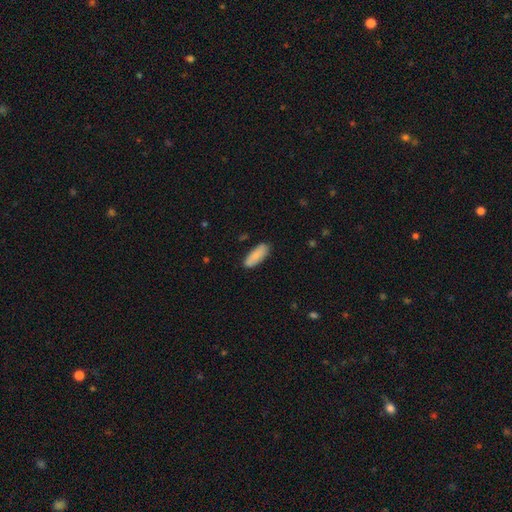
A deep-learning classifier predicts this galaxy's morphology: Smooth or featured? Predicted: smooth (p=0.86). How rounded? Predicted: in between (p=0.70). Merging? Predicted: none (p=0.84).